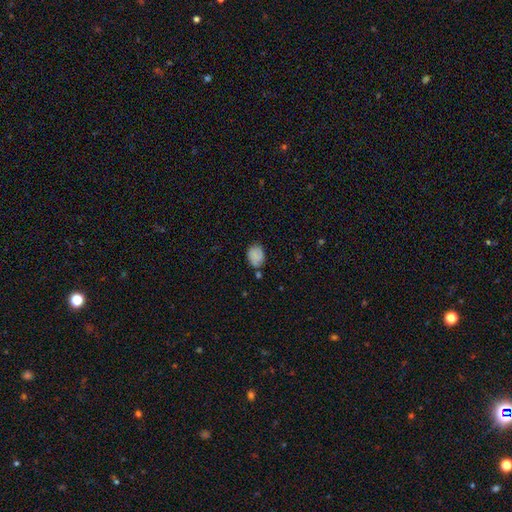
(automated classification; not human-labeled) smooth-or-featured: smooth: 79% | featured or disk: 11% | star or artifact: 10%
  how-rounded: in between: 67% | round: 32% | cigar-shaped: 1%
  merging: none: 62% | minor disturbance: 24% | merger: 7% | major disturbance: 6%